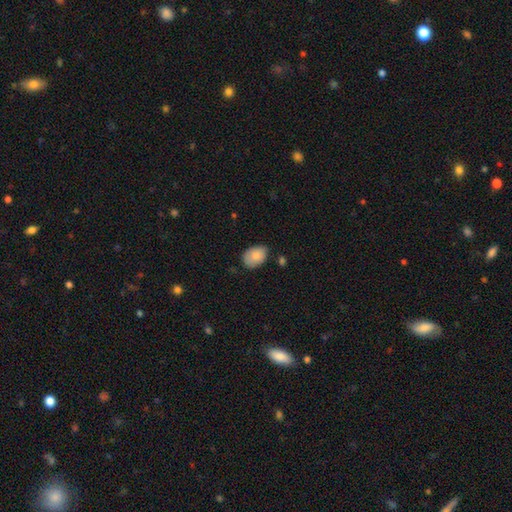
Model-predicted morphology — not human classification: smooth-or-featured: smooth: 82% | featured or disk: 11% | star or artifact: 7%
  how-rounded: in between: 79% | round: 20% | cigar-shaped: 1%
  merging: none: 66% | minor disturbance: 27% | major disturbance: 5% | merger: 2%